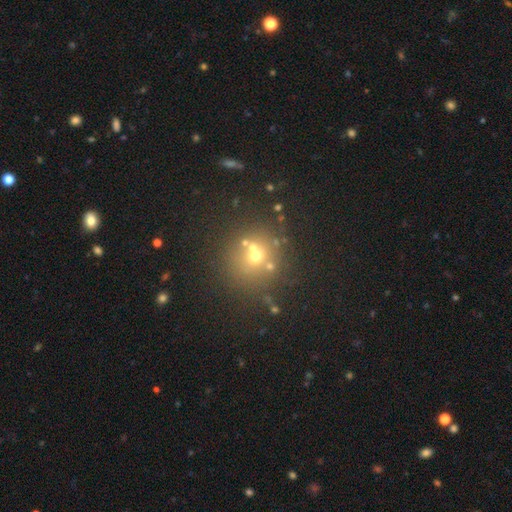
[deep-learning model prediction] A smooth galaxy with no disk features (54%) that is round (87%).

Vote fractions:
- Smooth or featured? smooth: 54% / star or artifact: 26% / featured or disk: 20%
- How rounded? round: 87% / in between: 12% / cigar-shaped: 1%
- Merging? none: 61% / merger: 24% / minor disturbance: 10% / major disturbance: 5%